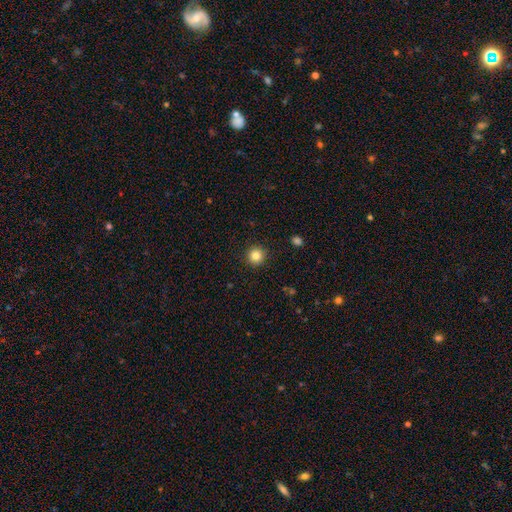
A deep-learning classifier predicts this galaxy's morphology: Smooth or featured?
  - smooth: 84% *
  - star or artifact: 11%
  - featured or disk: 5%
How rounded?
  - round: 94% *
  - in between: 5%
  - cigar-shaped: 1%
Merging?
  - none: 92% *
  - minor disturbance: 5%
  - major disturbance: 2%
  - merger: 1%